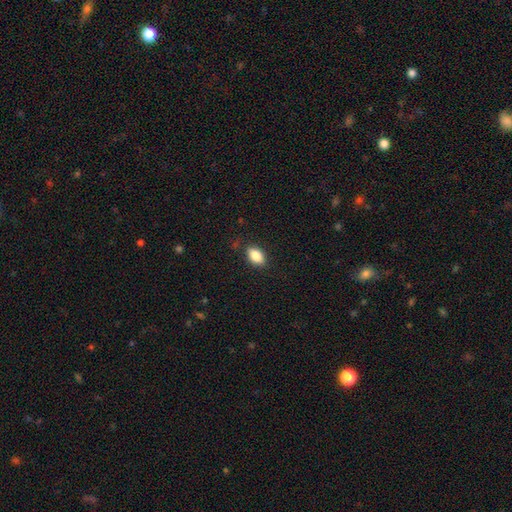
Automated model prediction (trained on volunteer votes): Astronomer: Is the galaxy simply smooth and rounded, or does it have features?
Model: smooth — 84%.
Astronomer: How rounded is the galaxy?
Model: in between — 89%.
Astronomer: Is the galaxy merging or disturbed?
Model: none — 85%.